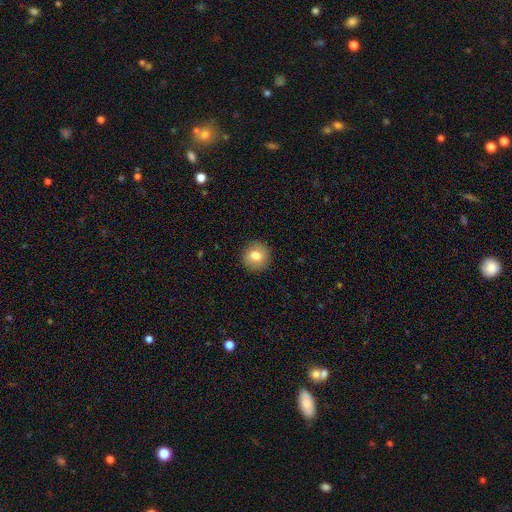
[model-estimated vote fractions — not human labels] Overall: smooth (79%). How rounded: round (92%). Merging: none (90%).